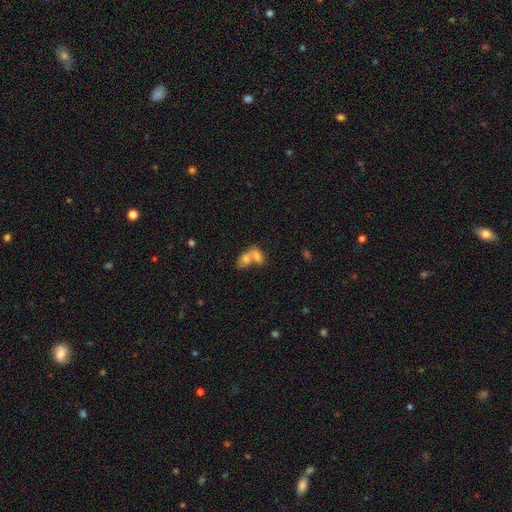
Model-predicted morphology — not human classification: A smooth galaxy with no disk features (74%) that is in between round and cigar-shaped (84%).

Vote fractions:
- Smooth or featured? smooth: 74% / featured or disk: 17% / star or artifact: 9%
- How rounded? in between: 84% / round: 12% / cigar-shaped: 4%
- Merging? merger: 74% / none: 17% / minor disturbance: 5% / major disturbance: 3%